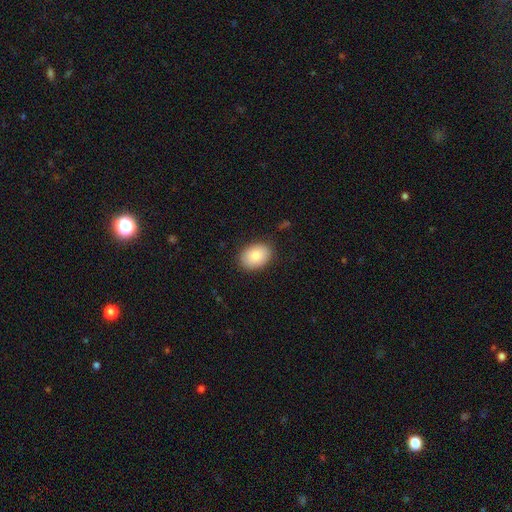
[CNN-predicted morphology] A smooth galaxy with no disk features (84%) that is in between round and cigar-shaped (76%).

Vote fractions:
- Smooth or featured? smooth: 84% / featured or disk: 8% / star or artifact: 7%
- How rounded? in between: 76% / round: 23% / cigar-shaped: 1%
- Merging? none: 85% / minor disturbance: 11% / major disturbance: 3% / merger: 1%